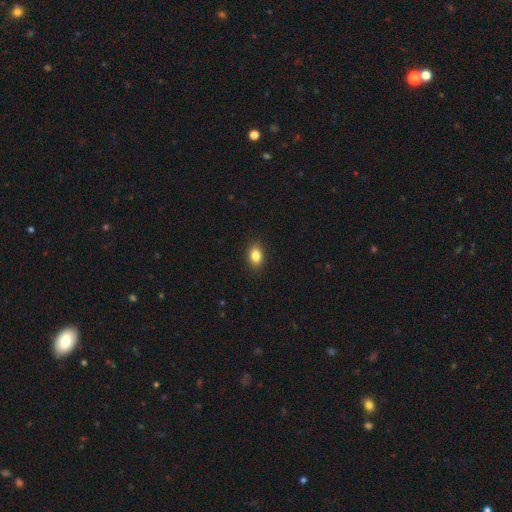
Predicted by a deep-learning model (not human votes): This appears to be a smooth galaxy with no disk features (85%) that is in between round and cigar-shaped (81%). Merging: none (89%).